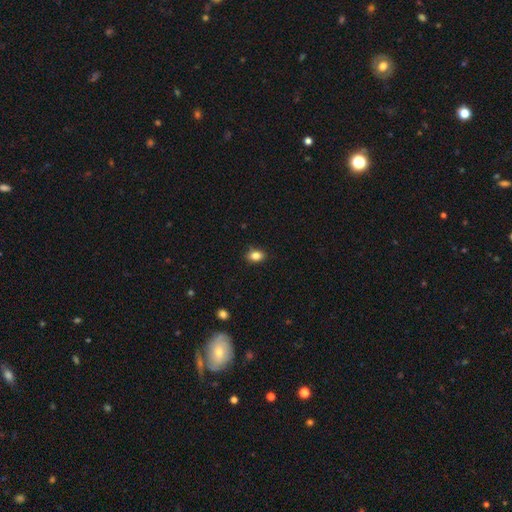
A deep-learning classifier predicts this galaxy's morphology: Overall: smooth (83%). How rounded: in between (75%). Merging: none (84%).